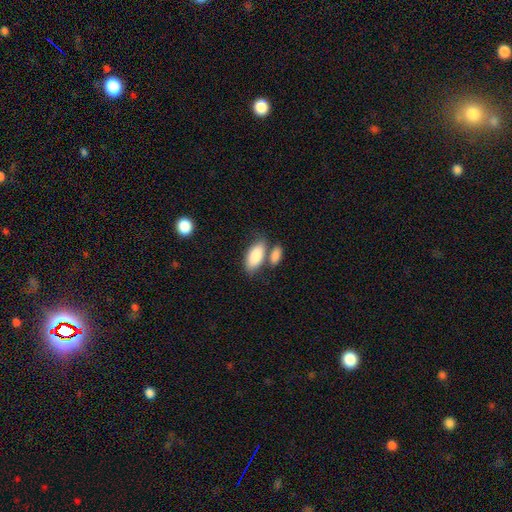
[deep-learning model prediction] Smooth or featured: smooth — 86% (featured or disk — 9%)
How rounded: in between — 91% (cigar-shaped — 7%)
Merging: none — 46% (merger — 35%)